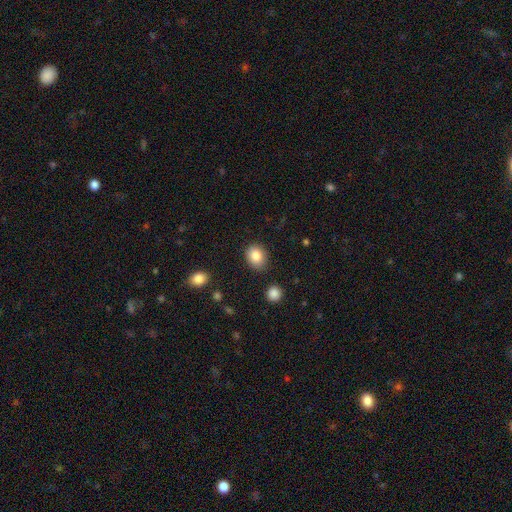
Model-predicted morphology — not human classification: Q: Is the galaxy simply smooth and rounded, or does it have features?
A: smooth — 85%.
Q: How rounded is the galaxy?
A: round — 54%.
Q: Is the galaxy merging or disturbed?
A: none — 83%.